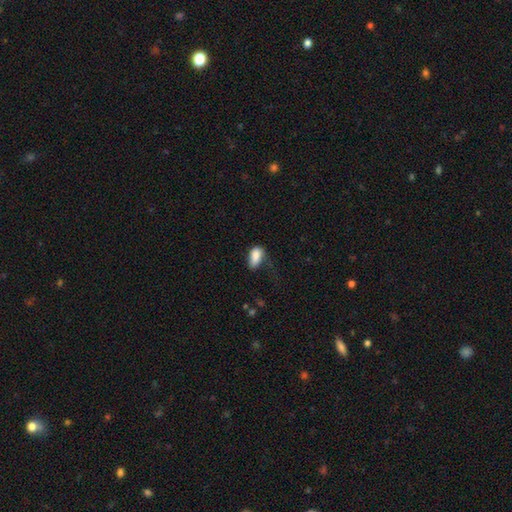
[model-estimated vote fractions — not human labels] A smooth galaxy with no disk features (83%) that is in between round and cigar-shaped (90%). Merging: minor disturbance (33%).